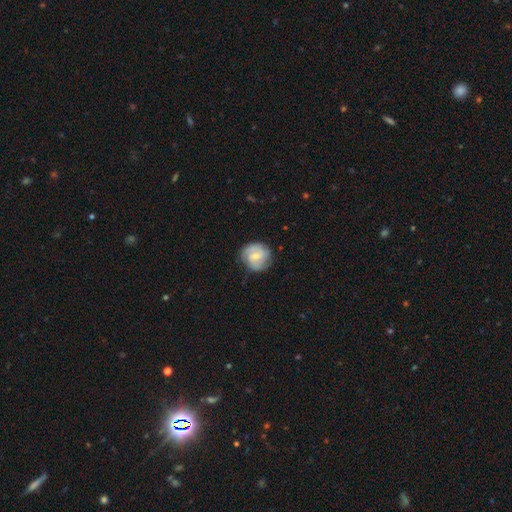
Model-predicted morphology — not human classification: A featured or disk galaxy (67%) with a weak bar (51%), 2 (47%) tight (52%) spiral arms (92%) and a small central bulge (56%). Merging: none (76%).